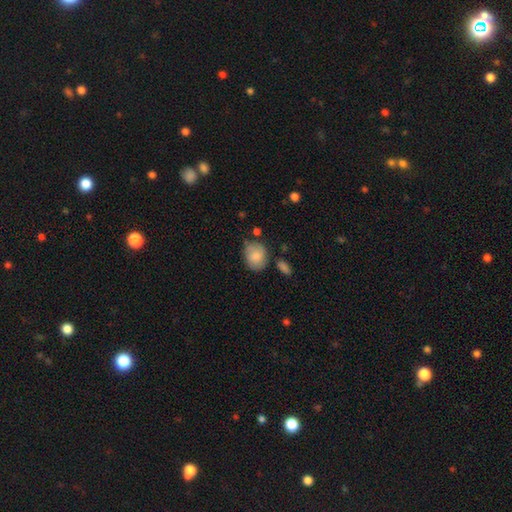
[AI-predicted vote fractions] A smooth galaxy with no disk features (81%) that is round (50%).

Vote fractions:
- Smooth or featured? smooth: 81% / featured or disk: 13% / star or artifact: 7%
- How rounded? round: 50% / in between: 49% / cigar-shaped: 1%
- Merging? none: 67% / minor disturbance: 22% / major disturbance: 6% / merger: 5%